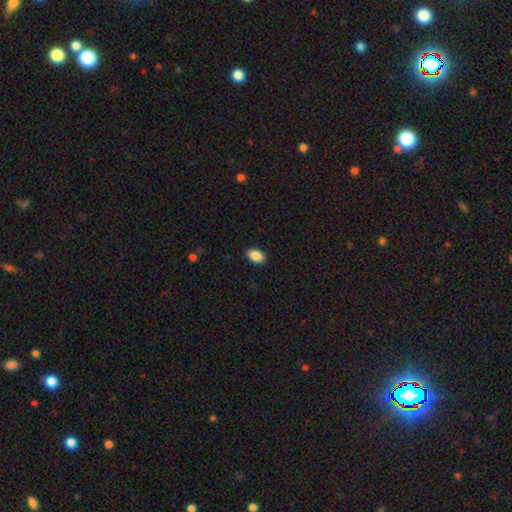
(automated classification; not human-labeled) Q: Smooth or featured?
A: smooth (89%); runner-up: star or artifact (7%)
Q: How rounded?
A: in between (88%); runner-up: round (11%)
Q: Merging?
A: none (89%); runner-up: minor disturbance (8%)